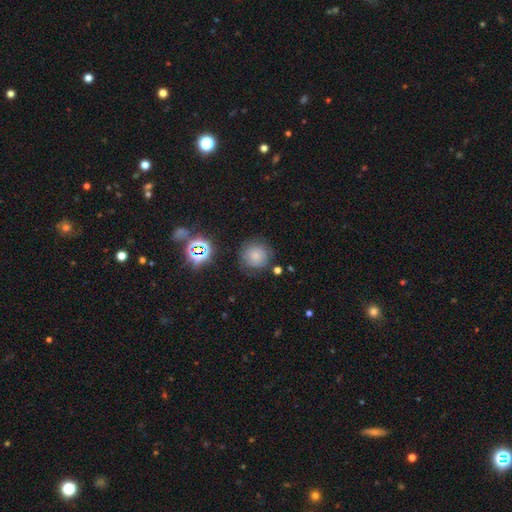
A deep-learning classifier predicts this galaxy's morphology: This is likely a smooth galaxy (66%). How rounded: clearly round (92%). Merging: likely none (74%).